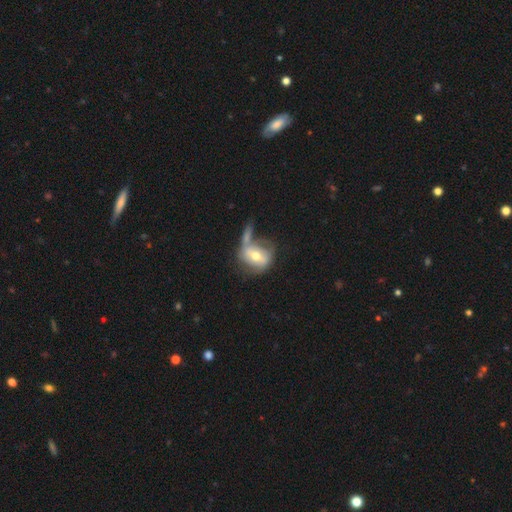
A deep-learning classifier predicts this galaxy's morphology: This appears to be a featured or disk galaxy (50%). Merging: merger (31%).